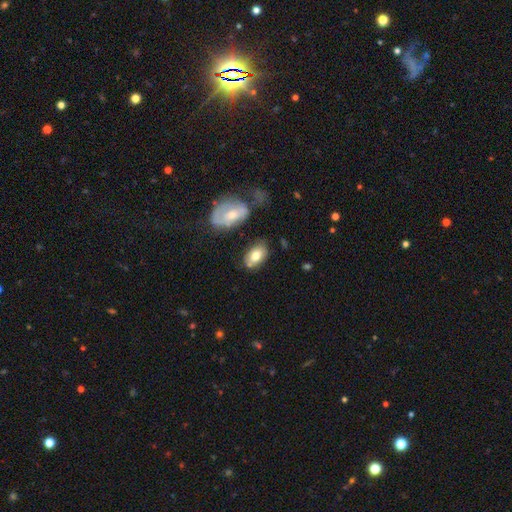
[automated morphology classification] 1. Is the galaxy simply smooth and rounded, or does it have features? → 74% smooth, 19% featured or disk, 7% star or artifact.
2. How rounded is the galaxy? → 90% in between, 8% round, 2% cigar-shaped.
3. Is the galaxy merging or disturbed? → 65% none, 20% minor disturbance, 10% merger, 6% major disturbance.